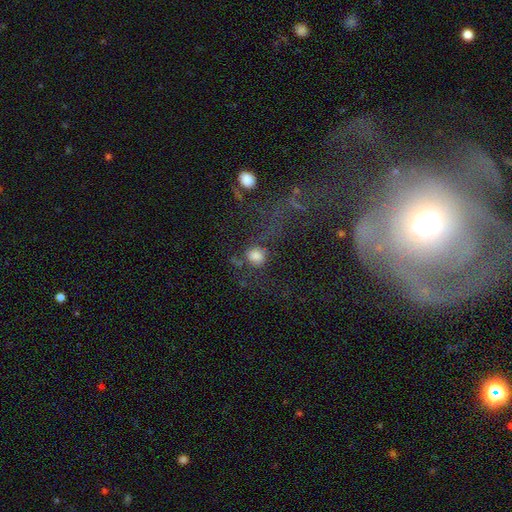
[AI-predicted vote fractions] Overall: smooth (70%). How rounded: round (77%). Merging: none (53%; major disturbance 19%).